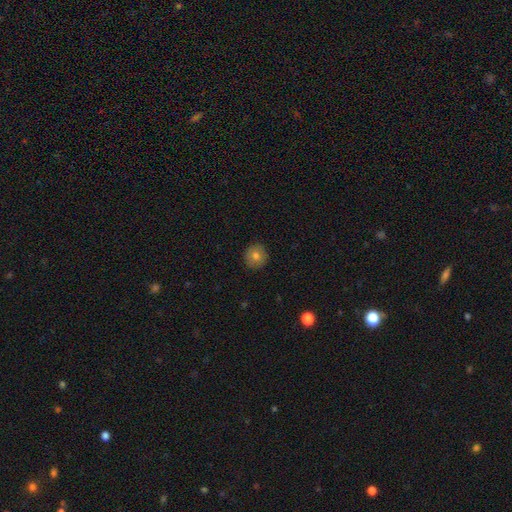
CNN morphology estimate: smooth 77%, featured or disk 13%, star or artifact 10%. Down the decision tree: how rounded — round (93%); merging — none (89%).